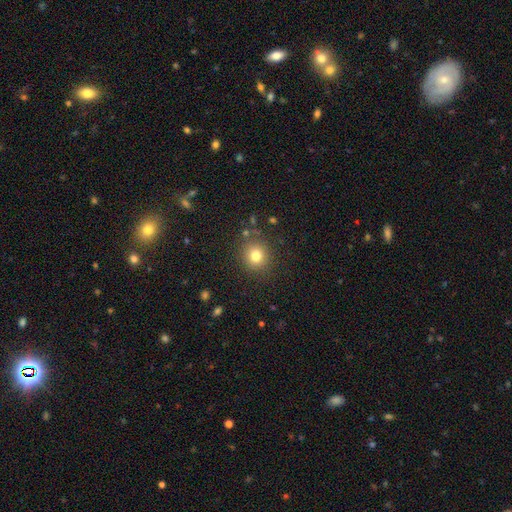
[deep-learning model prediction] Smooth or featured: smooth — 79% (star or artifact — 13%)
How rounded: round — 87% (in between — 12%)
Merging: none — 85% (minor disturbance — 9%)